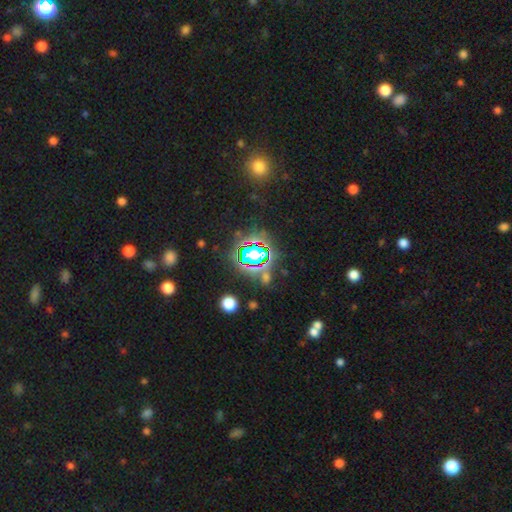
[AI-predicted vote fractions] This is likely a star or artifact rather than a galaxy (72%).